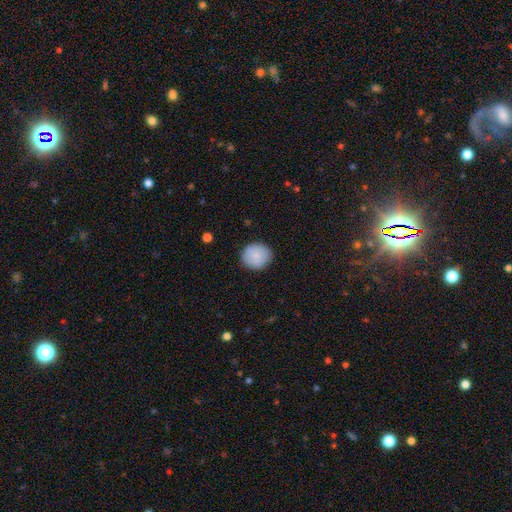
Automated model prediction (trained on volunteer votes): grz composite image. It shows a smooth galaxy with no disk features (87%) that is round (84%). Merging: none (88%).